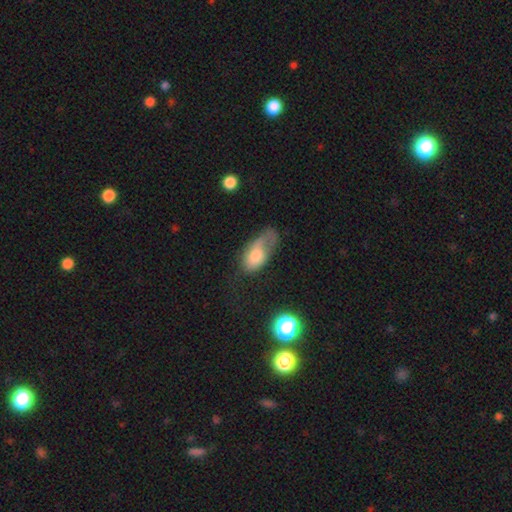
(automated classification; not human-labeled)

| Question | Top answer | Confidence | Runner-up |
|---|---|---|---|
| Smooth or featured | smooth | 65% | featured or disk (27%) |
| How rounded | in between | 88% | round (7%) |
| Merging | major disturbance | 44% | minor disturbance (29%) |